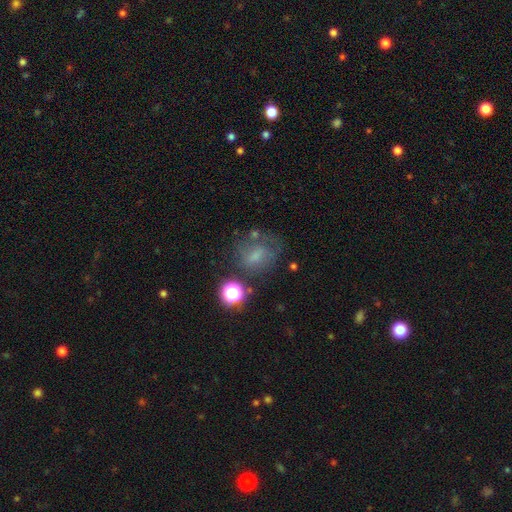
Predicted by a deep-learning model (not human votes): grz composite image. It shows a smooth galaxy with no disk features (49%). Merging: none (50%).